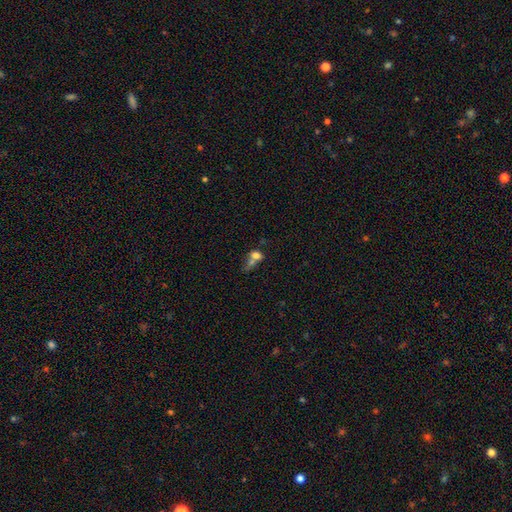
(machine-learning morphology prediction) Overall: smooth (65%). How rounded: in between (51%; round 43%). Merging: merger (60%).